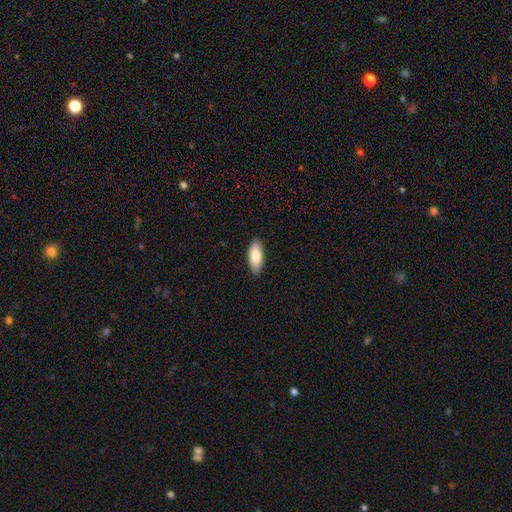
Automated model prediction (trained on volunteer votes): smooth-or-featured: smooth: 82% | featured or disk: 13% | star or artifact: 6%
  how-rounded: in between: 78% | cigar-shaped: 20% | round: 2%
  merging: none: 90% | minor disturbance: 8% | major disturbance: 2% | merger: 1%